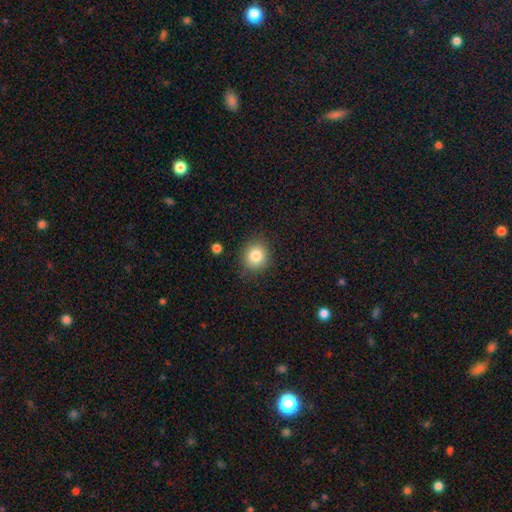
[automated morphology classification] This is clearly a smooth galaxy (83%). How rounded: clearly round (87%). Merging: clearly none (86%).